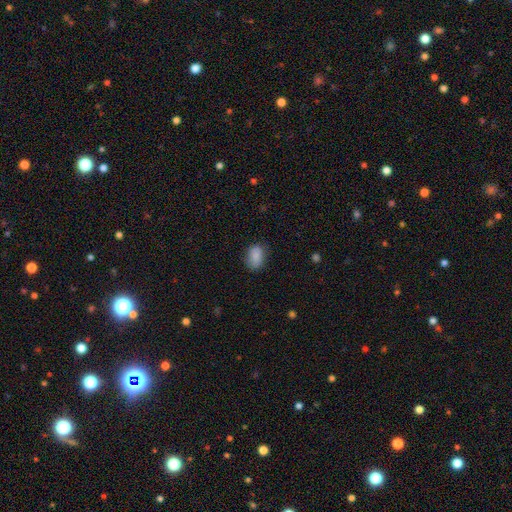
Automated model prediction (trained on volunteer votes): This appears to be a smooth galaxy with no disk features (87%) that is in between round and cigar-shaped (85%). Merging: none (76%).